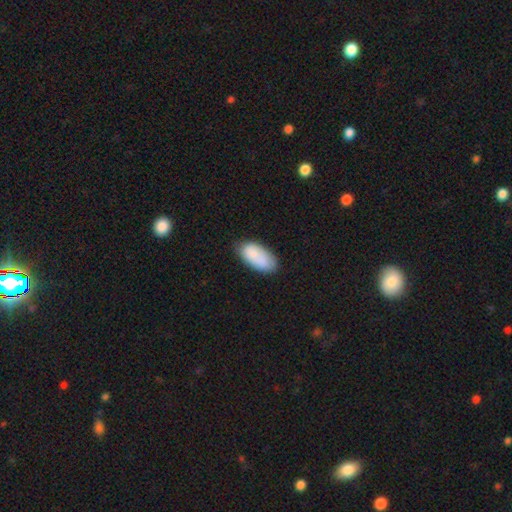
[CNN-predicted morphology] Smooth or featured? smooth (84%)
How rounded? in between (94%)
Merging? none (71%)